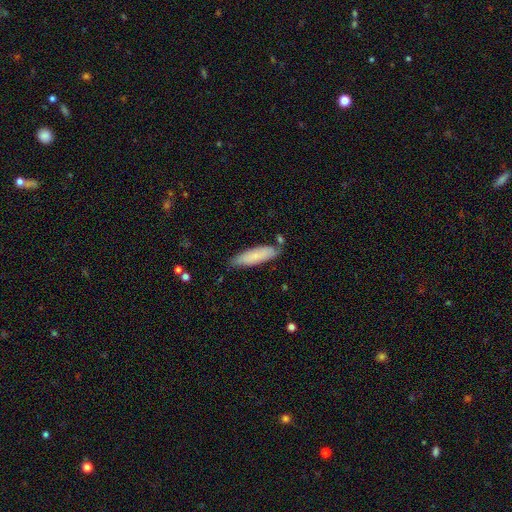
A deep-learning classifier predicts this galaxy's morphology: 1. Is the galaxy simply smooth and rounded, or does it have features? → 78% smooth, 16% featured or disk, 6% star or artifact.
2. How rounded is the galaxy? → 63% cigar-shaped, 35% in between, 1% round.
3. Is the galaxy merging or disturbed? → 75% none, 17% minor disturbance, 4% merger, 3% major disturbance.